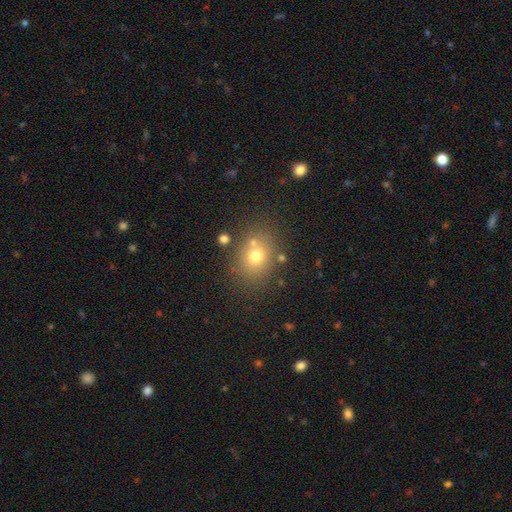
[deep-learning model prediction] Morphology: type=smooth (69%); roundness=round (62%); merging=none (73%).